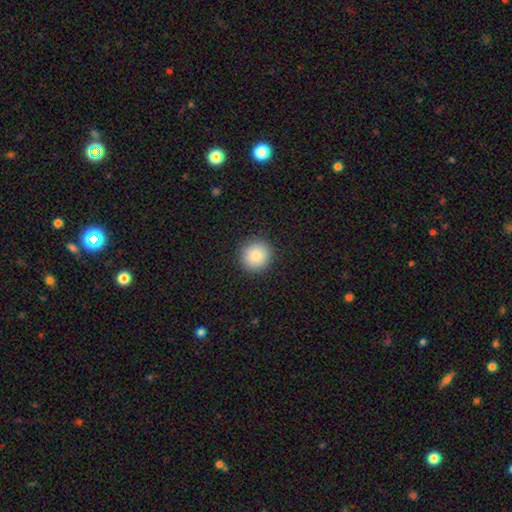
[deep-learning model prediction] Q: Smooth or featured?
A: smooth (85%); runner-up: star or artifact (9%)
Q: How rounded?
A: round (94%); runner-up: in between (5%)
Q: Merging?
A: none (92%); runner-up: minor disturbance (5%)